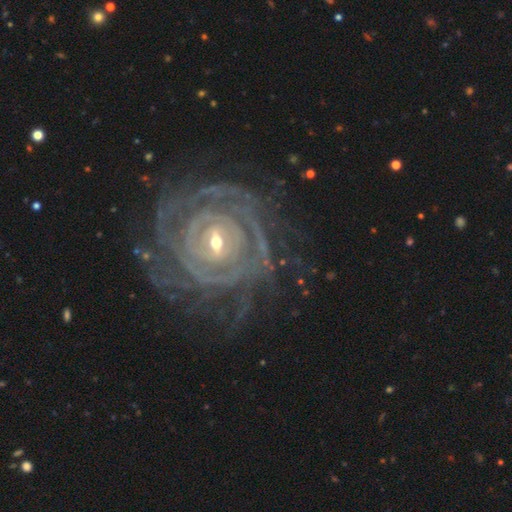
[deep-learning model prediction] A featured or disk galaxy (89%) with a weak bar (39%), tight (84%) spiral arms (95%) and a small central bulge (61%). Merging: none (73%).